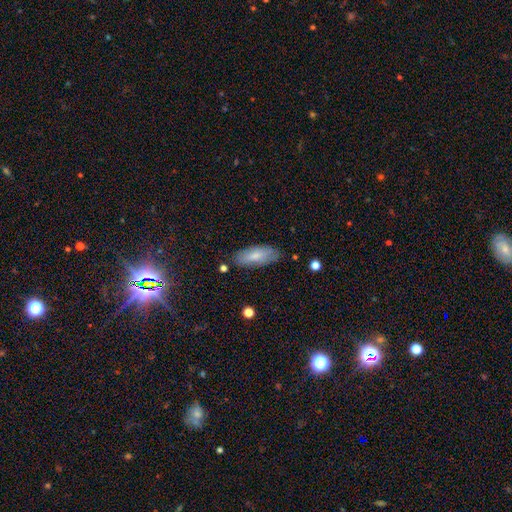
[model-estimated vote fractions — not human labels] This is likely a smooth galaxy (74%). How rounded: likely in between (79%). Merging: likely none (79%).